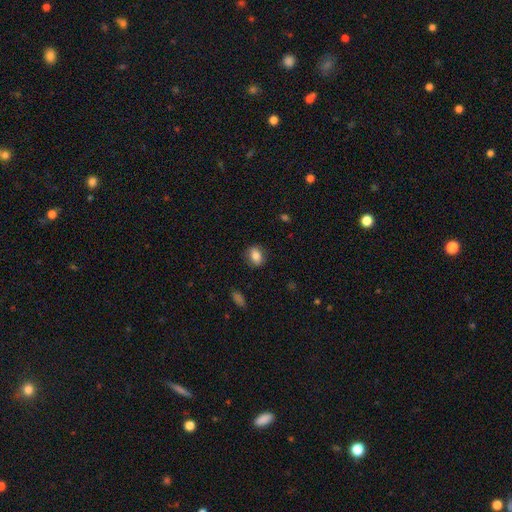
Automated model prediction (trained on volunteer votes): The model was most divided on "how rounded": in between: 60%, round: 39%, cigar-shaped: 2%. More confident: merging — none (85%); smooth or featured — smooth (83%).